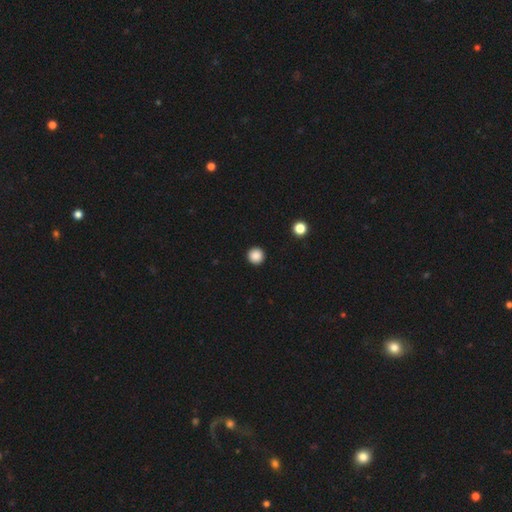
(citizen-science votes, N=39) smooth-or-featured: smooth: 87% | star or artifact: 10% | featured or disk: 3%
  how-rounded: round: 97% | in between: 3% | cigar-shaped: 0%
  merging: none: 97% | merger: 3% | minor disturbance: 0% | major disturbance: 0%